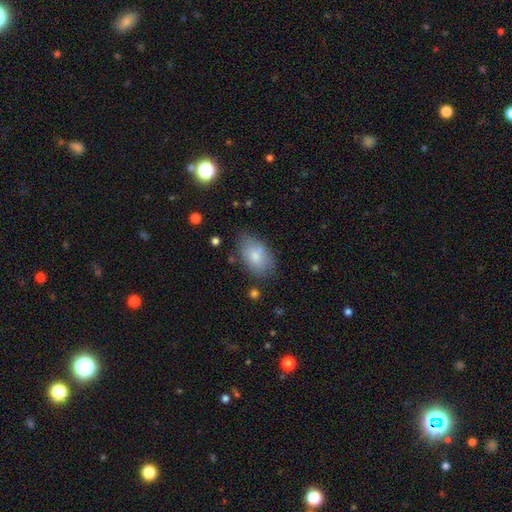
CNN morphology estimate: smooth_or_featured: smooth (p=0.79) [alt: featured or disk p=0.14]
how_rounded: in between (p=0.91) [alt: round p=0.07]
merging: none (p=0.68) [alt: minor disturbance p=0.21]